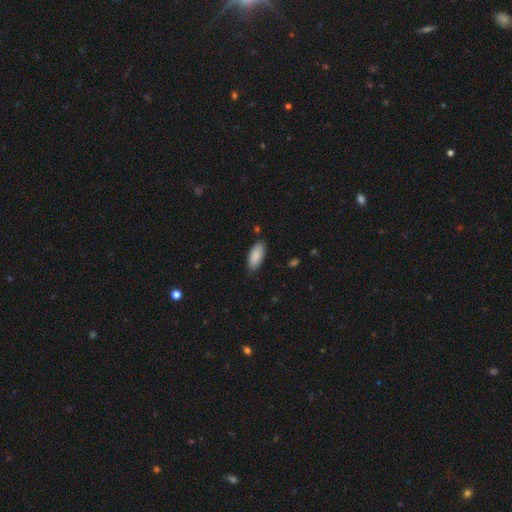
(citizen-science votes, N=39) Smooth or featured? smooth (92%)
How rounded? in between (97%)
Merging? none (76%)